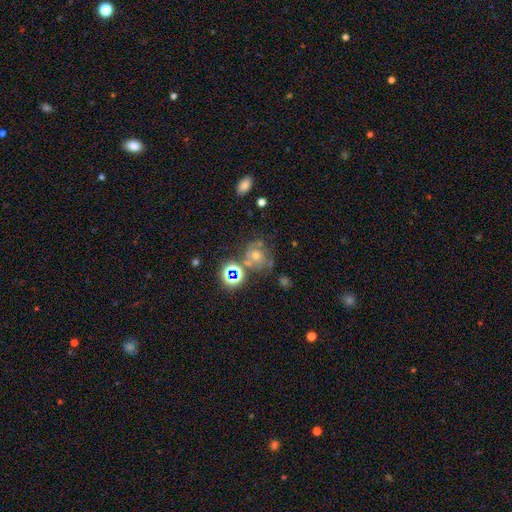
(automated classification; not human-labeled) This appears to be a star or artifact, not a galaxy (44%).